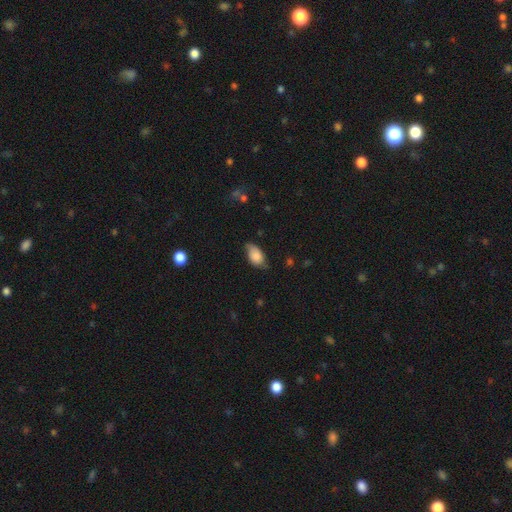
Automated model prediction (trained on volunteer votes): Smooth or featured?
  - smooth: 77% *
  - featured or disk: 15%
  - star or artifact: 7%
How rounded?
  - in between: 91% *
  - round: 6%
  - cigar-shaped: 2%
Merging?
  - none: 56% *
  - minor disturbance: 34%
  - major disturbance: 8%
  - merger: 2%